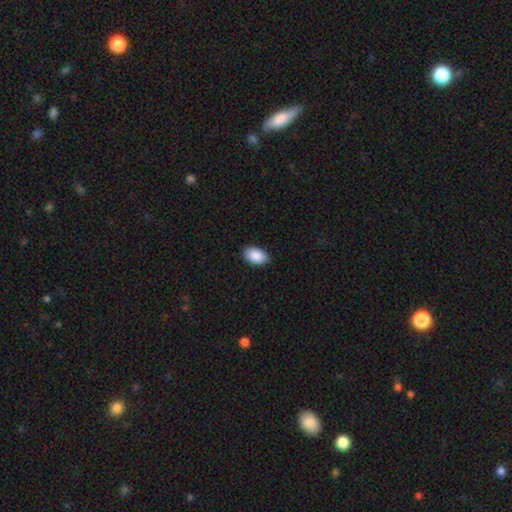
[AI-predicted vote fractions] smooth_or_featured: smooth (p=0.90) [alt: star or artifact p=0.06]
how_rounded: in between (p=0.92) [alt: round p=0.07]
merging: none (p=0.89) [alt: minor disturbance p=0.08]